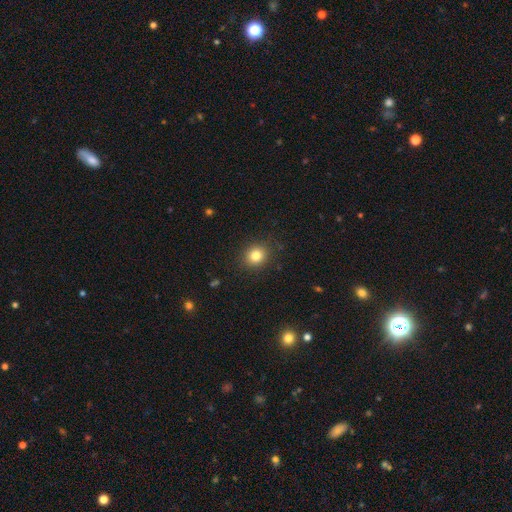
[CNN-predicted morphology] Smooth or featured? smooth (82%)
How rounded? round (78%)
Merging? none (89%)